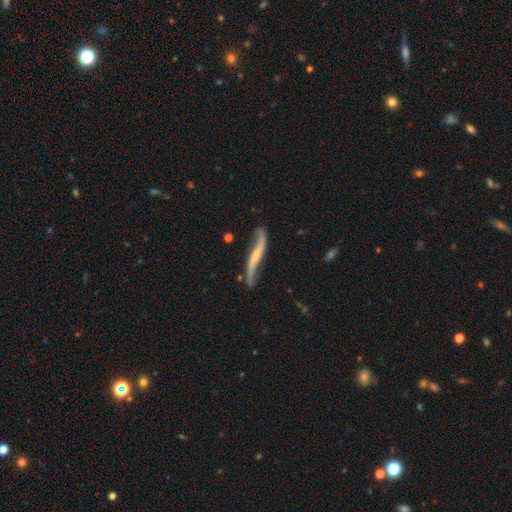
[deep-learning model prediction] Q: Smooth or featured?
A: featured or disk (82%); runner-up: smooth (13%)
Q: Edge-on disk?
A: no (57%); runner-up: yes (43%)
Q: Merging?
A: none (62%); runner-up: minor disturbance (24%)